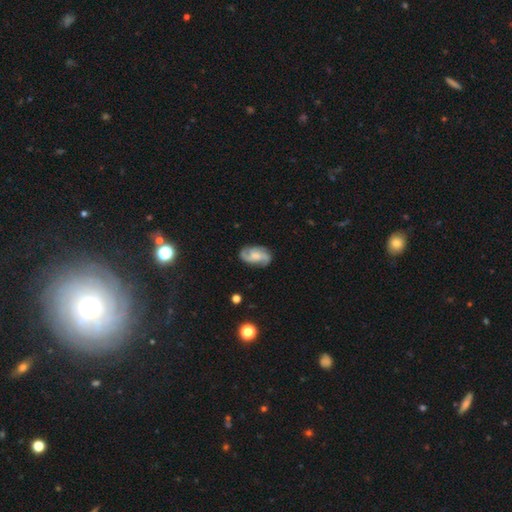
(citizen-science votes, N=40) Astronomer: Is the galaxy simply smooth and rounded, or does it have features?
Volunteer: featured or disk — 85%.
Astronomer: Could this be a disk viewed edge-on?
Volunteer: no — 100%.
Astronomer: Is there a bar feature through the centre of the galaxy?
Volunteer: no — 53% (runner-up: weak, 29%).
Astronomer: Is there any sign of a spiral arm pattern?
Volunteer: yes — 97%.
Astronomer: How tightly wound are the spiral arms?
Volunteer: medium — 55% (runner-up: tight, 30%).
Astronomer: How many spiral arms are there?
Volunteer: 3 — 58%.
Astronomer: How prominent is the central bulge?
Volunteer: moderate — 32%, tied with small at 32%.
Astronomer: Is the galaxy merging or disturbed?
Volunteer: none — 89%.